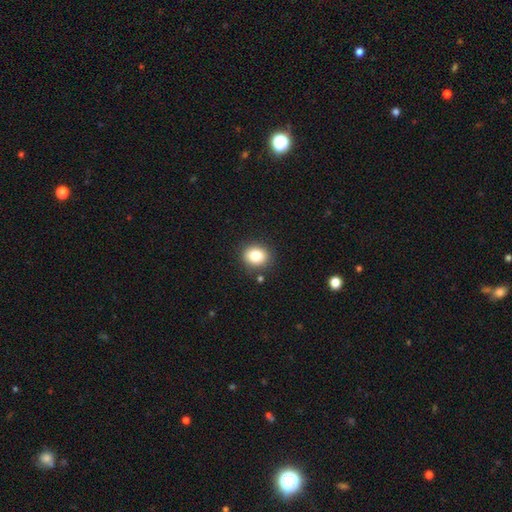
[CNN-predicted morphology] The model was most divided on "how rounded": round: 64%, in between: 35%, cigar-shaped: 1%. More confident: merging — none (86%); smooth or featured — smooth (83%).